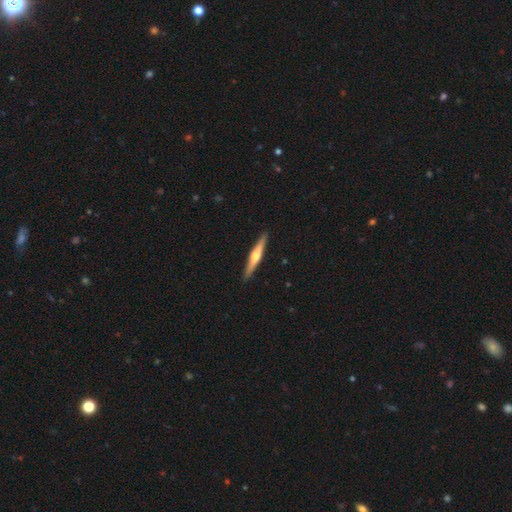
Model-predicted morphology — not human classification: Smooth or featured? Predicted: featured or disk (p=0.65). Edge-on disk? Predicted: yes (p=0.98). Edge-on bulge? Predicted: rounded (p=0.90). Merging? Predicted: none (p=0.92).